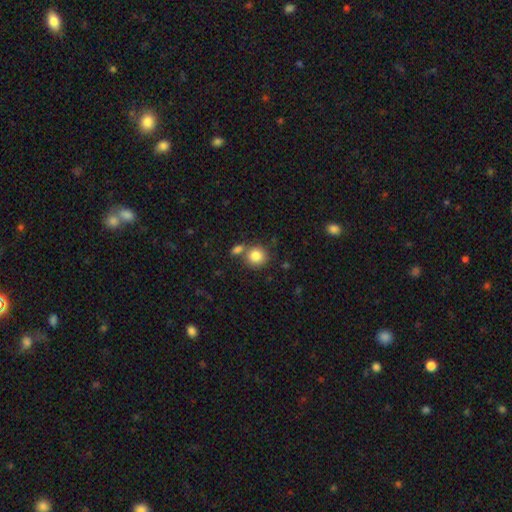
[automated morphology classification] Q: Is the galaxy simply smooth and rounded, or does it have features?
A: smooth — 84%.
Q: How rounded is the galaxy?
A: round — 85%.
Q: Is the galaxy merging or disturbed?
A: none — 63%.